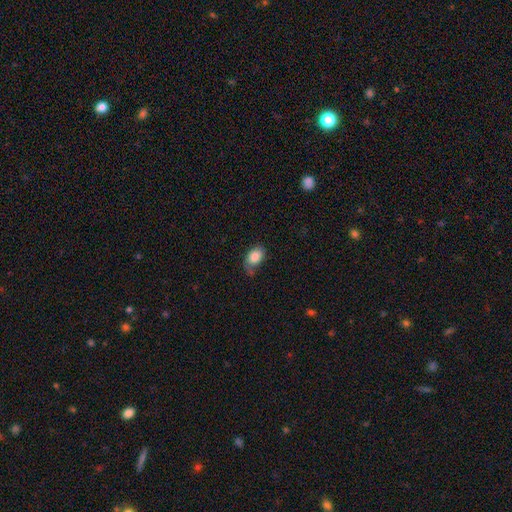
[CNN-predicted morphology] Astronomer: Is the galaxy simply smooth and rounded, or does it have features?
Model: smooth — 84%.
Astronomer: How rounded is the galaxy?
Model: in between — 83%.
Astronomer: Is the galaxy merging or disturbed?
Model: none — 51% (runner-up: minor disturbance, 33%).